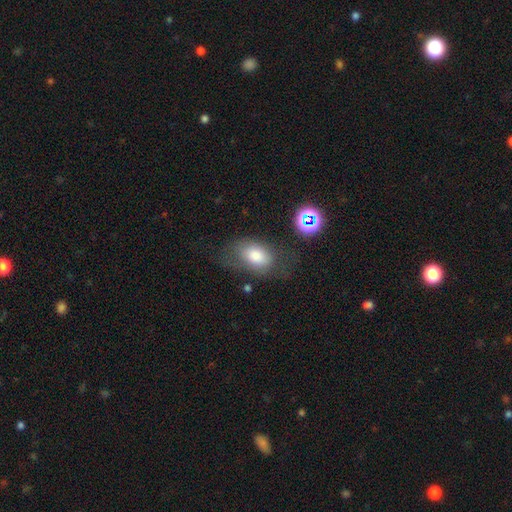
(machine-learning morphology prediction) Smooth or featured? Predicted: smooth (p=0.76). How rounded? Predicted: in between (p=0.85). Merging? Predicted: none (p=0.55).